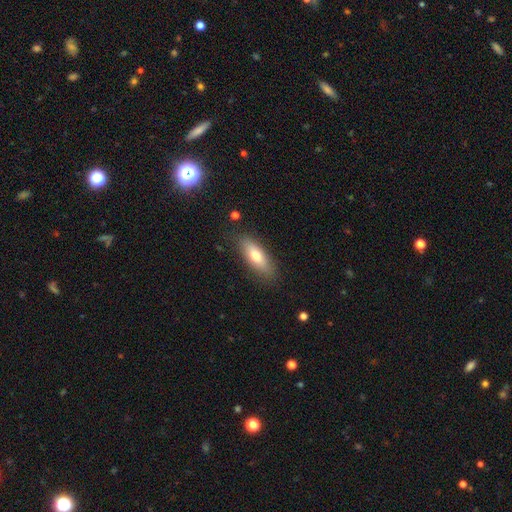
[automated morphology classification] Overall: smooth (71%). How rounded: in between (67%; cigar-shaped 30%). Merging: none (84%).